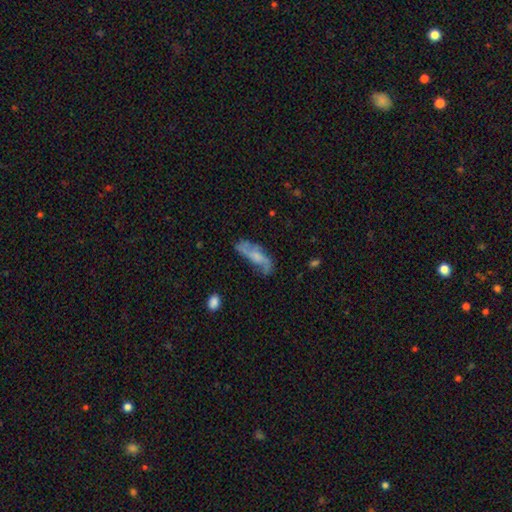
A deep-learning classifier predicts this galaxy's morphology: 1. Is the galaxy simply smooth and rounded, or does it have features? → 61% featured or disk, 32% smooth, 8% star or artifact.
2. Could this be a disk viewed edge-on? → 83% no, 17% yes.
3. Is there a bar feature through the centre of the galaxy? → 58% no, 33% weak, 10% strong.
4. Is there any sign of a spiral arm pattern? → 85% yes, 15% no.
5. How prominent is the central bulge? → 31% small (tied), 31% moderate (tied), 28% none, 8% large, 2% dominant.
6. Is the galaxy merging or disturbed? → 55% none, 25% minor disturbance, 15% major disturbance, 4% merger.